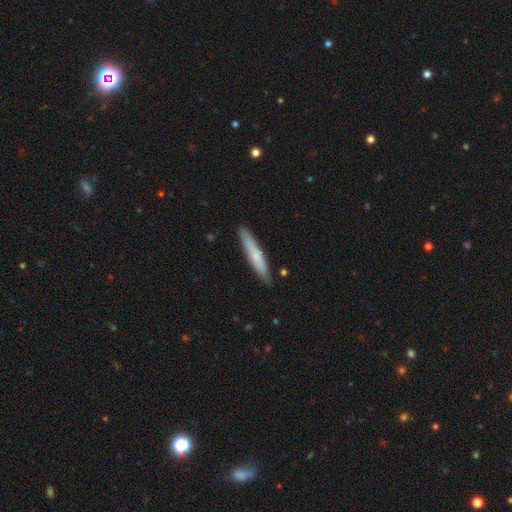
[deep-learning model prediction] The model was most divided on "smooth or featured": smooth: 66%, featured or disk: 28%, star or artifact: 6%. More confident: how rounded — cigar-shaped (93%); merging — none (88%).